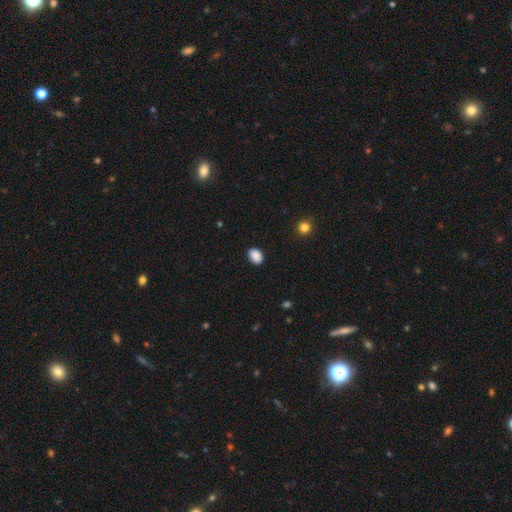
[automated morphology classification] Q: Smooth or featured?
A: smooth (89%); runner-up: star or artifact (8%)
Q: How rounded?
A: in between (74%); runner-up: round (25%)
Q: Merging?
A: none (88%); runner-up: minor disturbance (9%)